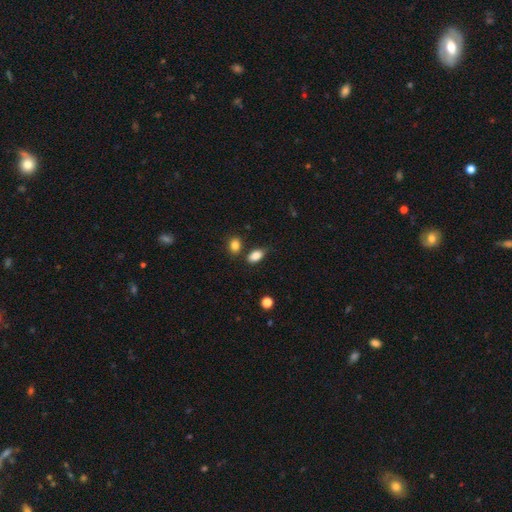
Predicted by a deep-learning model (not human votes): Smooth or featured? Predicted: smooth (p=0.87). How rounded? Predicted: in between (p=0.90). Merging? Predicted: none (p=0.70).